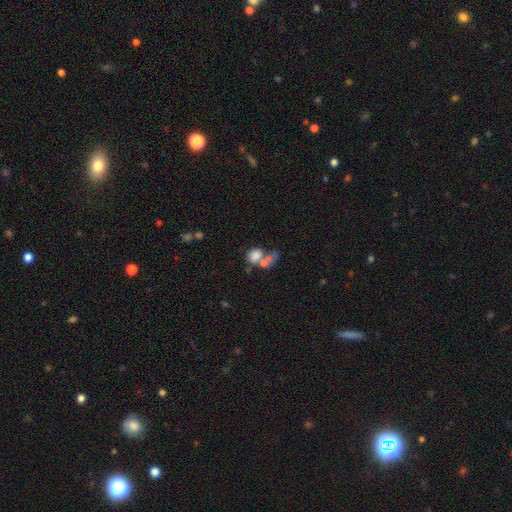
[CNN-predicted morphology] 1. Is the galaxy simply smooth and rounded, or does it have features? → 70% smooth, 19% featured or disk, 11% star or artifact.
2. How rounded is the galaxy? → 53% in between, 45% round, 1% cigar-shaped.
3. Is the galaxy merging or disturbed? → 58% merger, 21% none, 12% major disturbance, 9% minor disturbance.